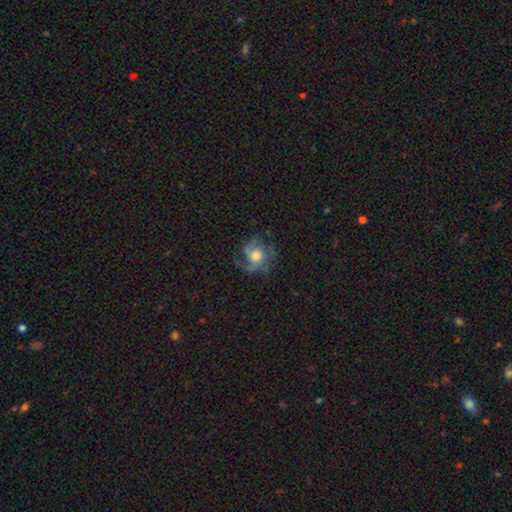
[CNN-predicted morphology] The model was most divided on "spiral arm count": 3: 33%, can't tell: 24%, 2: 19%, 4: 10%, 1: 8%, more than 4: 5%. Remaining: edge-on disk — no (97%); spiral arms — yes (88%); bar — no (77%); smooth or featured — featured or disk (68%); bulge size — moderate (59%); merging — none (57%); spiral winding — medium (45%).